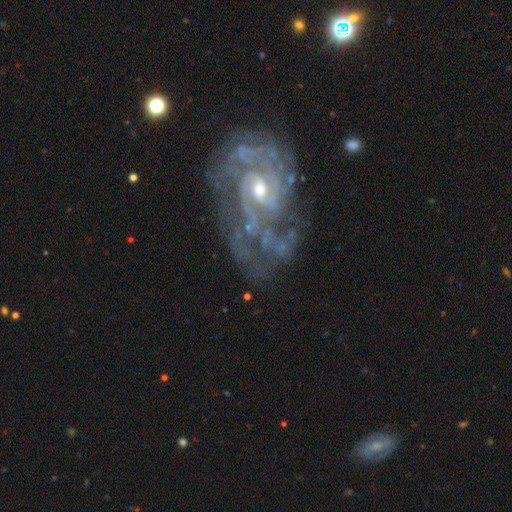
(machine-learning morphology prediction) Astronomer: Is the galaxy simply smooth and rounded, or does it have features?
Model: featured or disk — 87%.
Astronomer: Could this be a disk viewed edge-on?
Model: no — 97%.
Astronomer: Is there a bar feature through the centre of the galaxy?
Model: no — 51% (runner-up: weak, 39%).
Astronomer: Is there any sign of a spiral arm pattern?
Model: yes — 93%.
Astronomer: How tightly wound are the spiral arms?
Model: tight — 58%.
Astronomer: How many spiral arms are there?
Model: can't tell — 37% (runner-up: 2, 24%).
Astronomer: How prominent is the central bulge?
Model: small — 50% (runner-up: moderate, 45%).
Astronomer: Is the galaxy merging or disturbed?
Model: none — 55%.